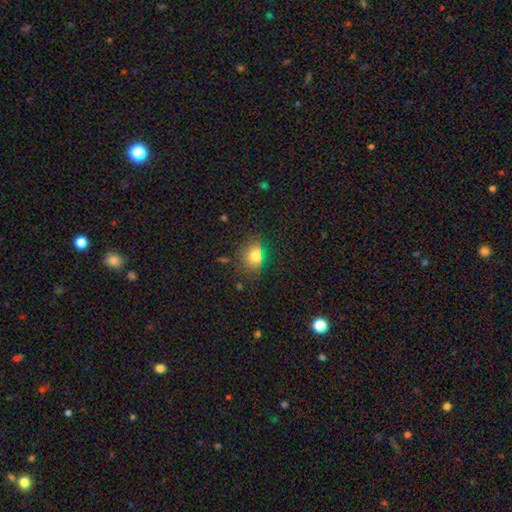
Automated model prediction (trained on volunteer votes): Smooth or featured?
  - smooth: 76% *
  - star or artifact: 15%
  - featured or disk: 9%
How rounded?
  - round: 54% *
  - in between: 44%
  - cigar-shaped: 2%
Merging?
  - none: 71% *
  - minor disturbance: 20%
  - major disturbance: 6%
  - merger: 3%